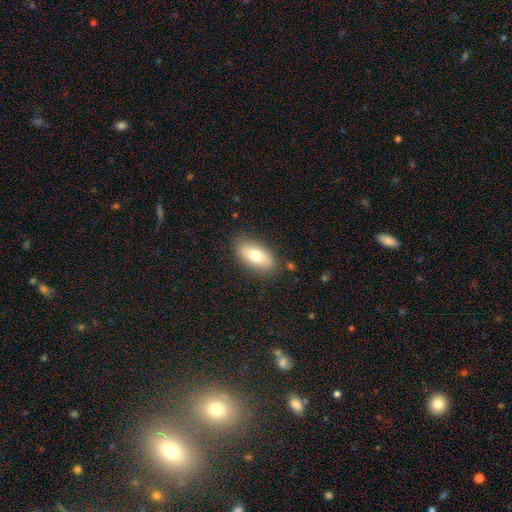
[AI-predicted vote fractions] Smooth or featured?
  - smooth: 73% *
  - featured or disk: 21%
  - star or artifact: 7%
How rounded?
  - in between: 89% *
  - cigar-shaped: 7%
  - round: 4%
Merging?
  - none: 84% *
  - minor disturbance: 12%
  - major disturbance: 3%
  - merger: 1%